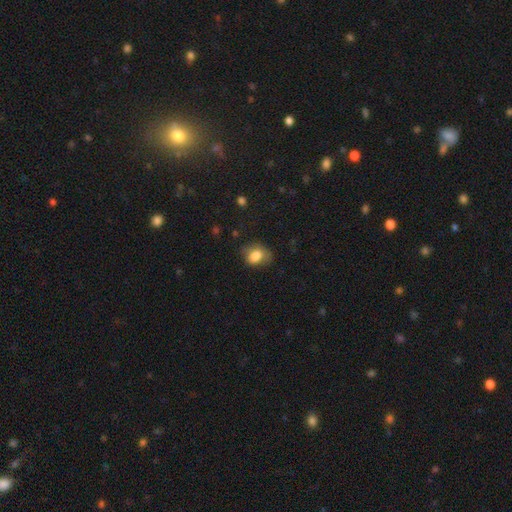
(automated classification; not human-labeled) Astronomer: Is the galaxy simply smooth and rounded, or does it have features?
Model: smooth — 81%.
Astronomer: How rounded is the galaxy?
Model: in between — 58% (runner-up: round, 40%).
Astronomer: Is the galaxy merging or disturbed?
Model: none — 55% (runner-up: minor disturbance, 30%).